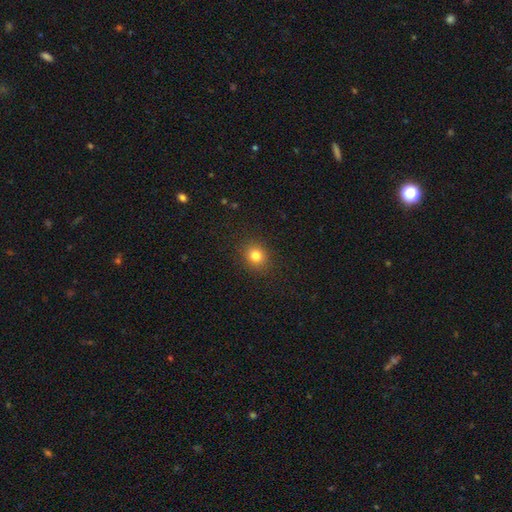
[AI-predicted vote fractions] A smooth galaxy with no disk features (82%) that is round (76%).

Vote fractions:
- Smooth or featured? smooth: 82% / star or artifact: 12% / featured or disk: 6%
- How rounded? round: 76% / in between: 23% / cigar-shaped: 1%
- Merging? none: 90% / minor disturbance: 7% / major disturbance: 2% / merger: 1%